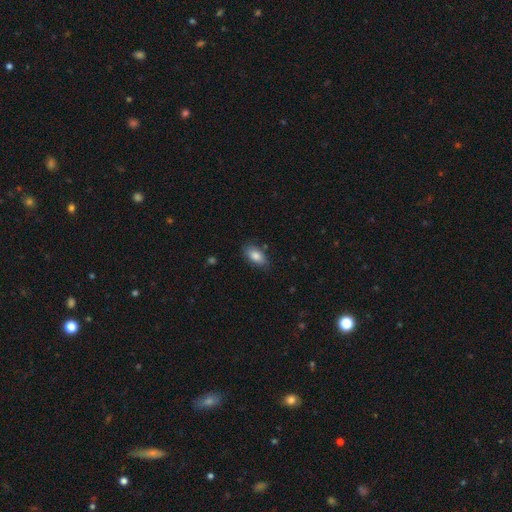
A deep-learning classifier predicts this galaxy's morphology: Smooth or featured: smooth — 84% (featured or disk — 8%)
How rounded: in between — 91% (round — 5%)
Merging: none — 77% (minor disturbance — 18%)